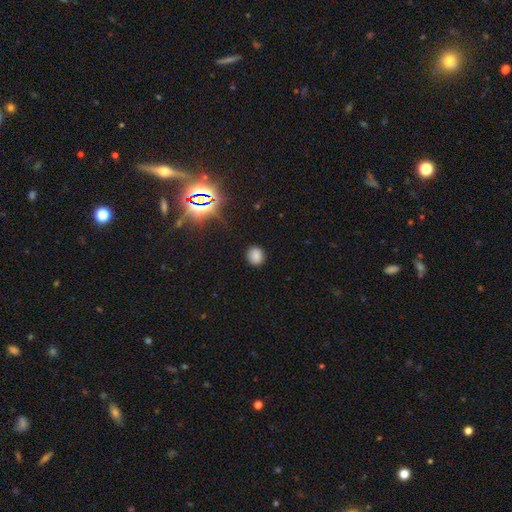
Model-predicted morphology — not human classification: Smooth or featured? Predicted: smooth (p=0.81). How rounded? Predicted: round (p=0.76). Merging? Predicted: none (p=0.88).